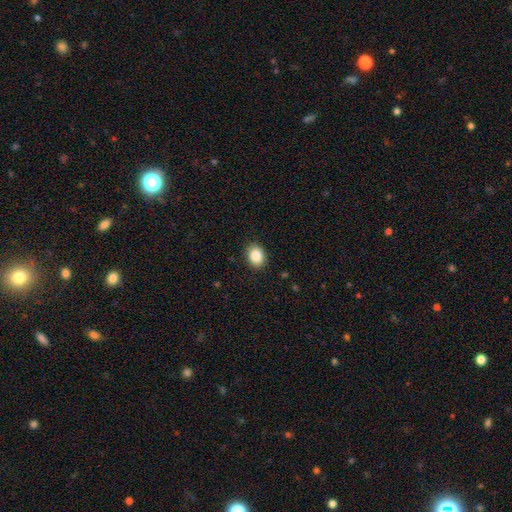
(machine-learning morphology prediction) A smooth galaxy with no disk features (88%) that is in between round and cigar-shaped (66%).

Vote fractions:
- Smooth or featured? smooth: 88% / star or artifact: 8% / featured or disk: 4%
- How rounded? in between: 66% / round: 33% / cigar-shaped: 1%
- Merging? none: 88% / minor disturbance: 9% / major disturbance: 2% / merger: 1%